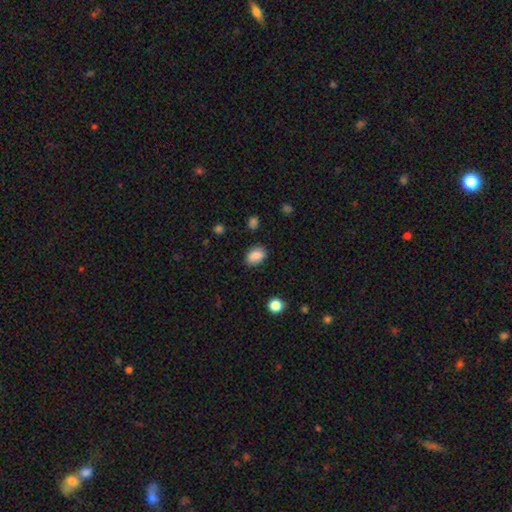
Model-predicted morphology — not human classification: Smooth or featured? smooth (88%)
How rounded? in between (83%)
Merging? none (84%)